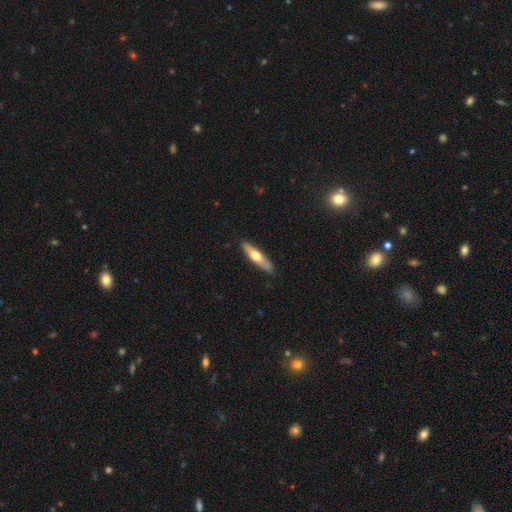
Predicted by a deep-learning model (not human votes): smooth-or-featured: smooth: 52% | featured or disk: 44% | star or artifact: 5%
  how-rounded: cigar-shaped: 77% | in between: 21% | round: 2%
  merging: none: 86% | minor disturbance: 11% | major disturbance: 2% | merger: 1%